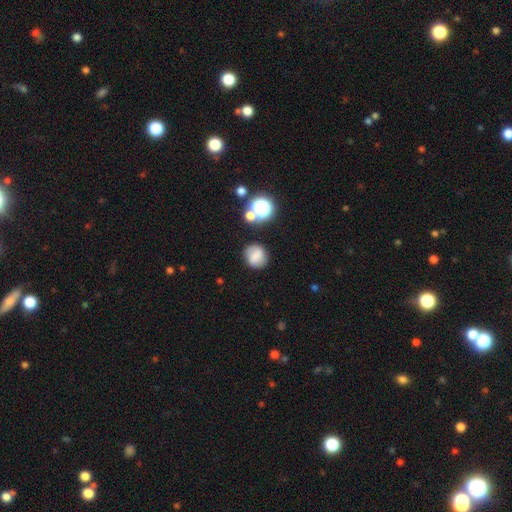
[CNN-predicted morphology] smooth 73%, featured or disk 14%, star or artifact 13%. Down the decision tree: how rounded — round (79%); merging — none (76%).